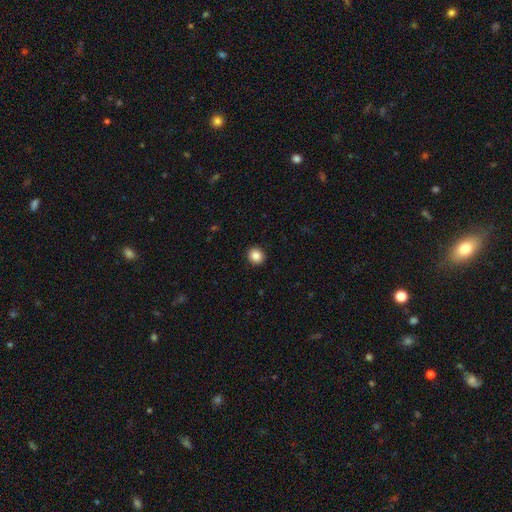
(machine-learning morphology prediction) smooth_or_featured: smooth (p=0.86) [alt: star or artifact p=0.10]
how_rounded: round (p=0.88) [alt: in between p=0.11]
merging: none (p=0.93) [alt: minor disturbance p=0.05]